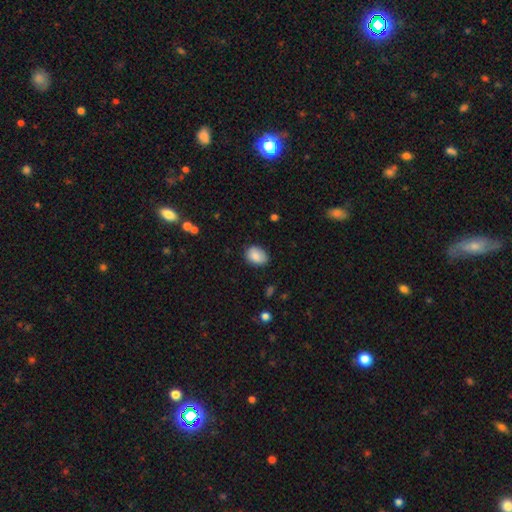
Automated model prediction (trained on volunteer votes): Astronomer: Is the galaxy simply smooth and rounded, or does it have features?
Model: smooth — 86%.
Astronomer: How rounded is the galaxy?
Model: in between — 76%.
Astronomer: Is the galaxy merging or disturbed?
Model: none — 80%.